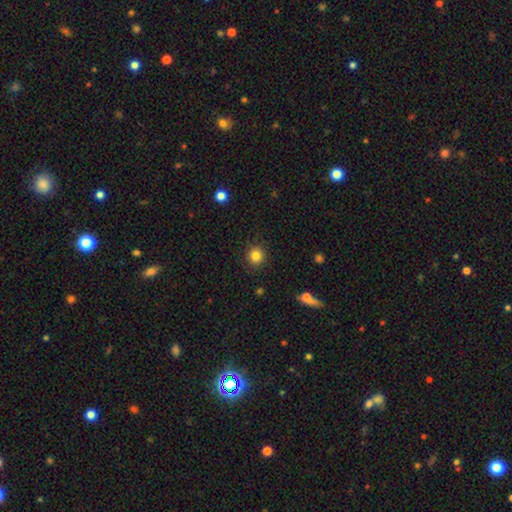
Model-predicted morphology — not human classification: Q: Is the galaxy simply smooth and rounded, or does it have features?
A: smooth — 84%.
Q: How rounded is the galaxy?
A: round — 91%.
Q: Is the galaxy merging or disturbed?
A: none — 90%.